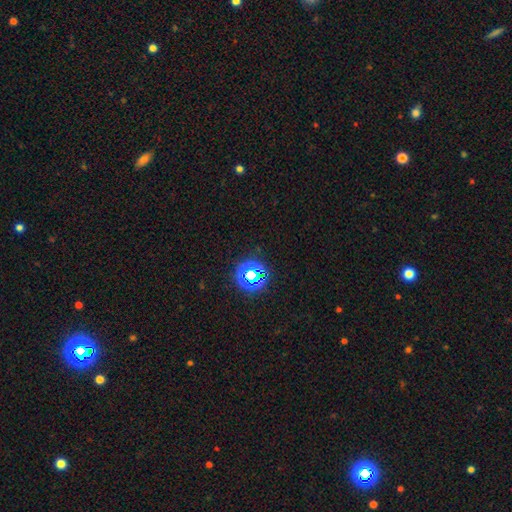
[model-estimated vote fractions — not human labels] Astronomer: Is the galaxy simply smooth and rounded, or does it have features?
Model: star or artifact — 62%.